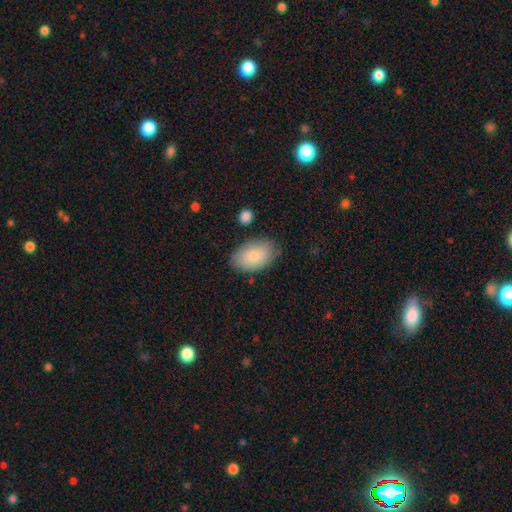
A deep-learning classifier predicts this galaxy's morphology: This appears to be a smooth galaxy with no disk features (84%) that is in between round and cigar-shaped (93%). Merging: none (78%).